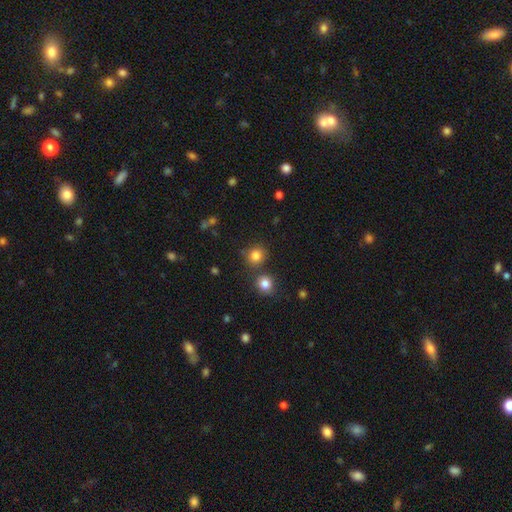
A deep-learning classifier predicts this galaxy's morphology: type=smooth (82%); roundness=round (88%); merging=none (77%).